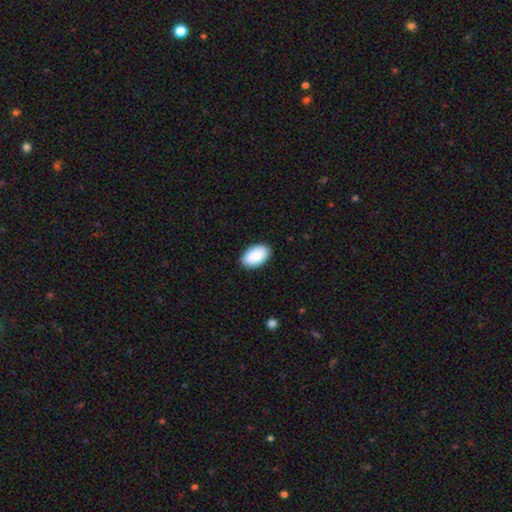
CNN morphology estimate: This appears to be a smooth galaxy with no disk features (91%) that is in between round and cigar-shaped (95%). Merging: none (88%).